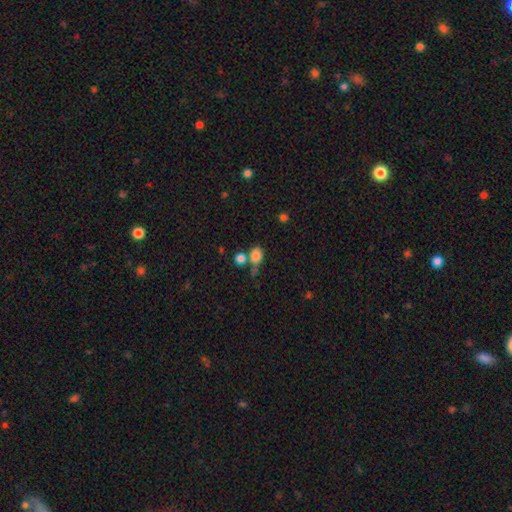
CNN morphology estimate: smooth 80%, star or artifact 11%, featured or disk 9%. Down the decision tree: how rounded — round (50%); merging — none (42%).